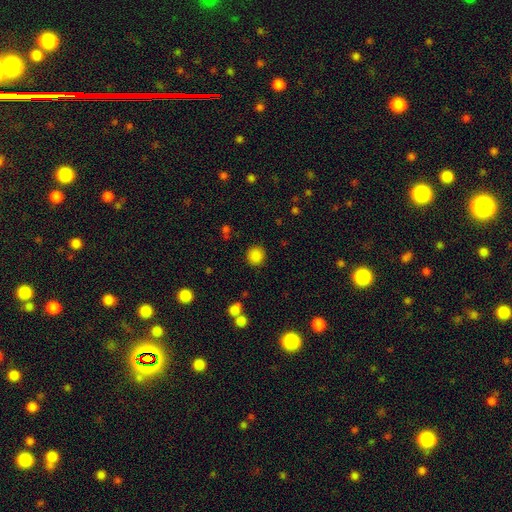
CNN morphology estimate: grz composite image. It shows a smooth galaxy with no disk features (86%) that is round (90%). Merging: none (88%).